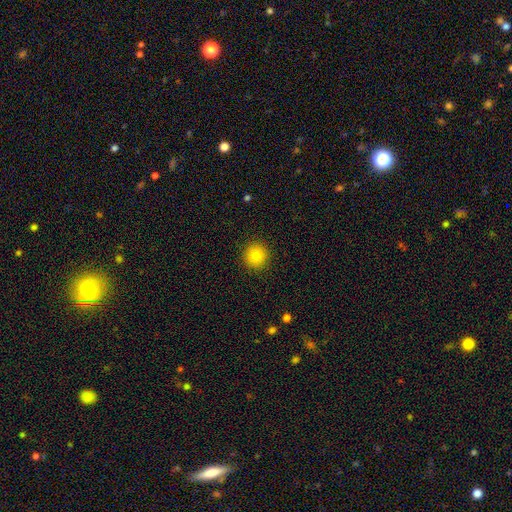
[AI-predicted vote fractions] Smooth or featured? Predicted: smooth (p=0.84). How rounded? Predicted: round (p=0.93). Merging? Predicted: none (p=0.92).